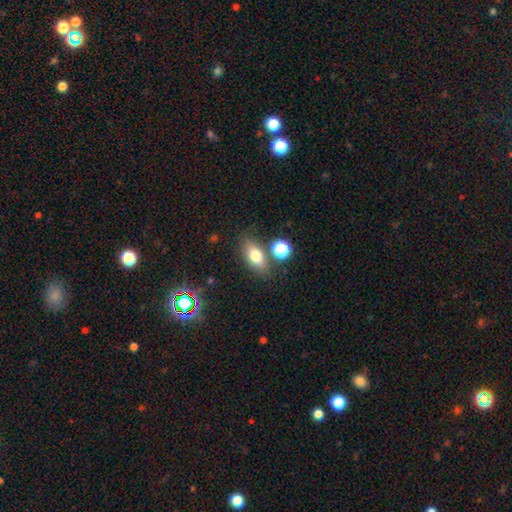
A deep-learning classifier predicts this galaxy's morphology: The model was most divided on "smooth or featured": smooth: 74%, featured or disk: 15%, star or artifact: 10%. More confident: how rounded — in between (79%); merging — none (75%).